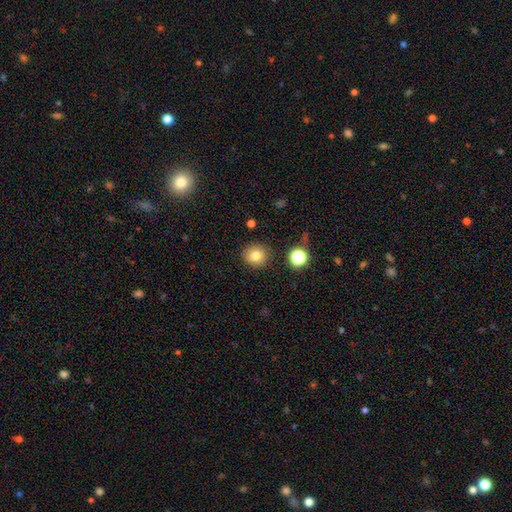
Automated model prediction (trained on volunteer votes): Q: Smooth or featured?
A: smooth (79%); runner-up: star or artifact (13%)
Q: How rounded?
A: round (91%); runner-up: in between (8%)
Q: Merging?
A: none (89%); runner-up: minor disturbance (7%)